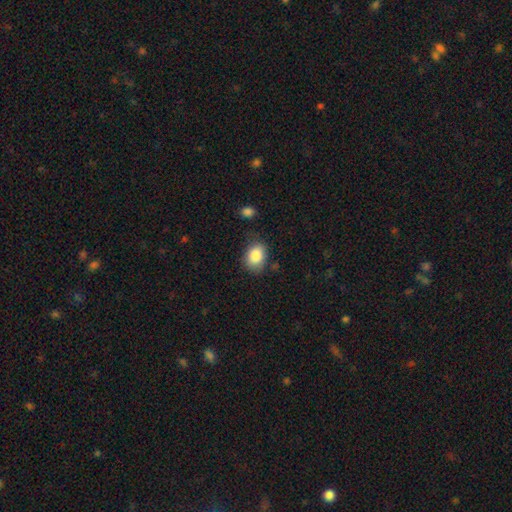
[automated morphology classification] smooth 86%, star or artifact 8%, featured or disk 6%. Down the decision tree: how rounded — in between (72%); merging — none (73%).